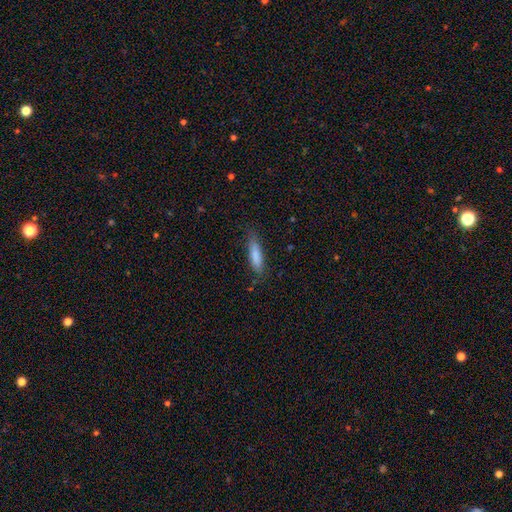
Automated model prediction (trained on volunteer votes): This appears to be a smooth galaxy with no disk features (81%) that is cigar-shaped (68%). Merging: none (76%).